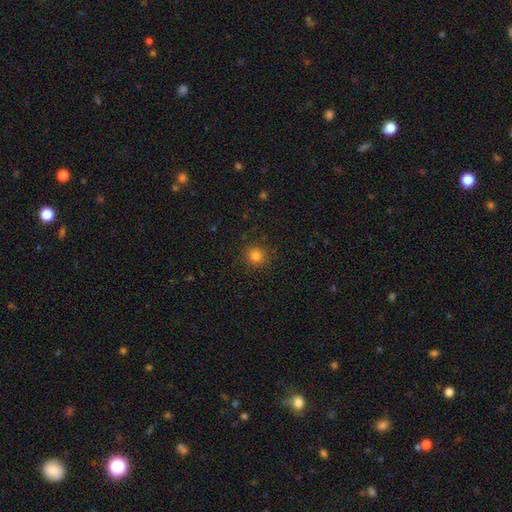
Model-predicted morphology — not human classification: type=smooth (82%); roundness=round (92%); merging=none (90%).